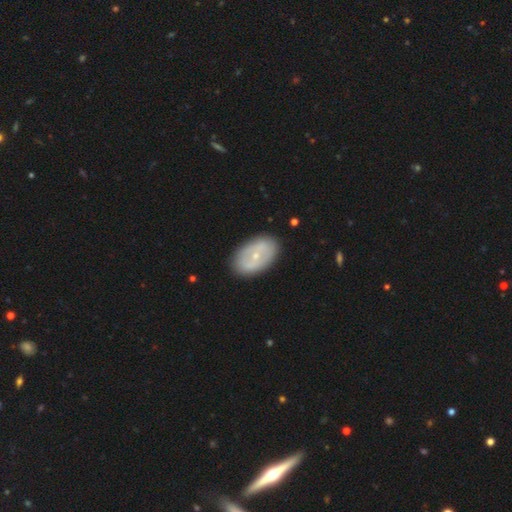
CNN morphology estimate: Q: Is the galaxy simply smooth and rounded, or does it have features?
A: featured or disk — 55%.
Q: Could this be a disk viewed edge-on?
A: no — 91%.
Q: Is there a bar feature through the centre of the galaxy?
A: no — 53%.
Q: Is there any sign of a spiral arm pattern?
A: no — 67%.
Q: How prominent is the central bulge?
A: small — 67%.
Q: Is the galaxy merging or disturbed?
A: none — 86%.